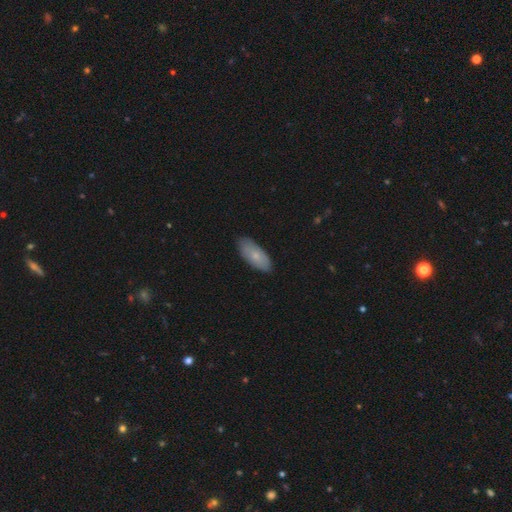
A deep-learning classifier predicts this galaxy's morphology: Smooth or featured?
  - smooth: 73% *
  - featured or disk: 22%
  - star or artifact: 6%
How rounded?
  - in between: 88% *
  - cigar-shaped: 10%
  - round: 2%
Merging?
  - none: 84% *
  - minor disturbance: 13%
  - major disturbance: 2%
  - merger: 1%